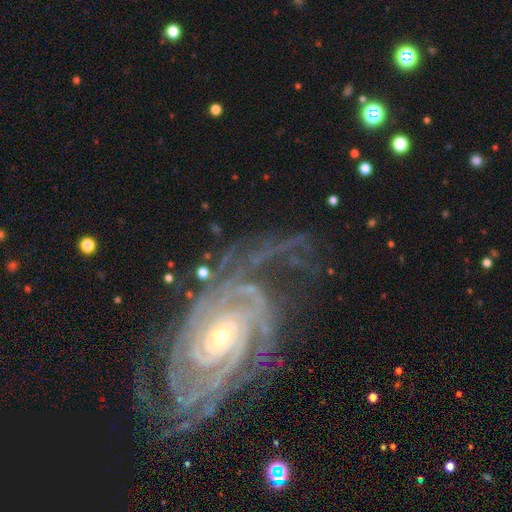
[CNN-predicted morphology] smooth-or-featured: featured or disk: 92% | star or artifact: 5% | smooth: 3%
  disk-edge-on: no: 97% | yes: 3%
    bar: no: 57% | weak: 26% | strong: 16%
    has-spiral-arms: yes: 98% | no: 2%
      spiral-winding: tight: 76% | medium: 20% | loose: 4%
      spiral-arm-count: 4: 23% | can't tell: 19% | 3: 18% | 2: 17% | more than 4: 16% | 1: 8%
    bulge-size: small: 74% | moderate: 22% | large: 2% | none: 1% | dominant: 1%
  merging: none: 66% | minor disturbance: 18% | major disturbance: 13% | merger: 2%